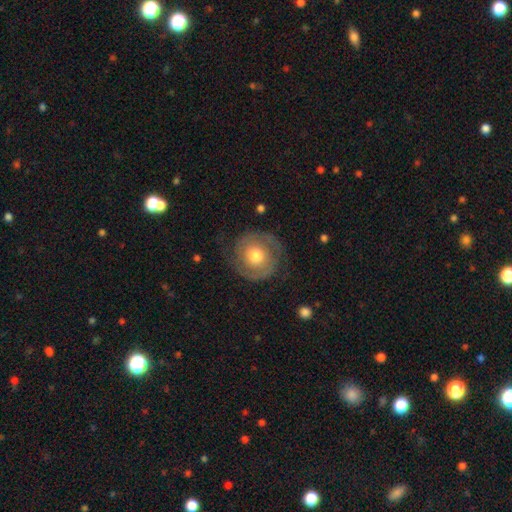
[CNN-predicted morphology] Smooth or featured? featured or disk (68%)
Edge-on disk? no (98%)
Bar? no (79%)
Spiral arms? yes (84%)
Spiral winding? tight (57%)
Spiral arm count? 2 (80%)
Bulge size? moderate (72%)
Merging? none (76%)